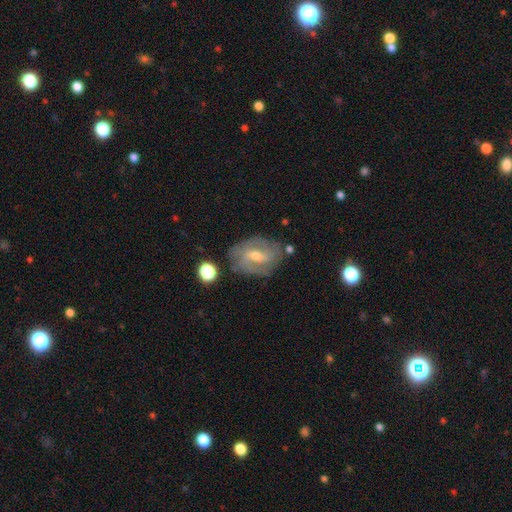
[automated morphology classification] Q: Smooth or featured?
A: featured or disk (73%); runner-up: smooth (19%)
Q: Edge-on disk?
A: no (95%); runner-up: yes (5%)
Q: Bar?
A: weak (54%); runner-up: no (23%)
Q: Spiral arms?
A: yes (86%); runner-up: no (14%)
Q: Spiral winding?
A: medium (42%); runner-up: tight (38%)
Q: Spiral arm count?
A: 2 (53%); runner-up: can't tell (25%)
Q: Bulge size?
A: moderate (56%); runner-up: small (39%)
Q: Merging?
A: none (73%); runner-up: minor disturbance (18%)